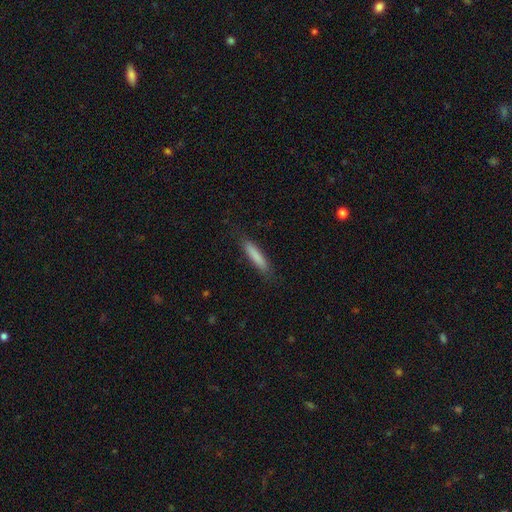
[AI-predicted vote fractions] smooth_or_featured: smooth (p=0.83) [alt: featured or disk p=0.11]
how_rounded: cigar-shaped (p=0.87) [alt: in between p=0.12]
merging: none (p=0.85) [alt: minor disturbance p=0.11]